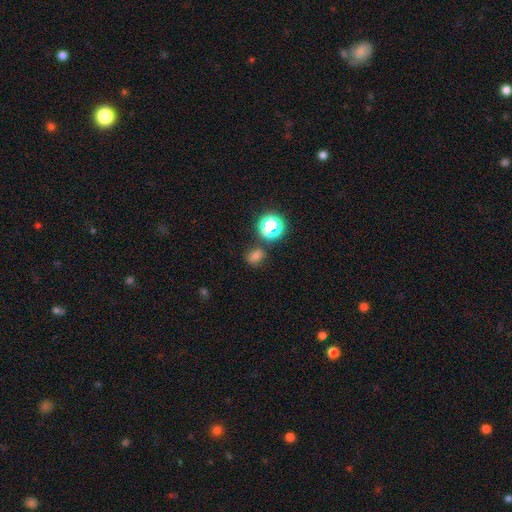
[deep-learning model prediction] This is likely a smooth galaxy (67%). How rounded: possibly round (55%). Merging: likely none (77%).